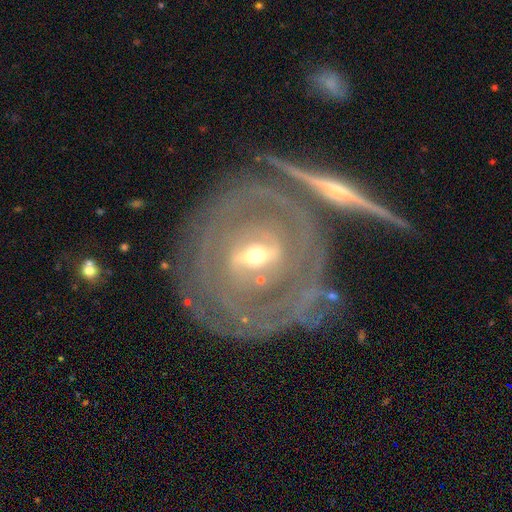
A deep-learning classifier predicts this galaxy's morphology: A featured or disk galaxy (85%) with a weak bar (41%), tight (72%) spiral arms (82%) and a small central bulge (52%).

Vote fractions:
- Smooth or featured? featured or disk: 85% / smooth: 9% / star or artifact: 6%
- Edge-on disk? no: 95% / yes: 5%
- Bar? weak: 41% / strong: 40% / no: 19%
- Spiral arms? yes: 82% / no: 18%
- Spiral winding? tight: 72% / medium: 21% / loose: 7%
- Spiral arm count? can't tell: 37% / 2: 32% / 3: 12% / 4: 7% / 1: 6% / more than 4: 6%
- Bulge size? small: 52% / moderate: 44% / large: 3% / none: 1% / dominant: 1%
- Merging? none: 59% / minor disturbance: 15% / merger: 14% / major disturbance: 11%